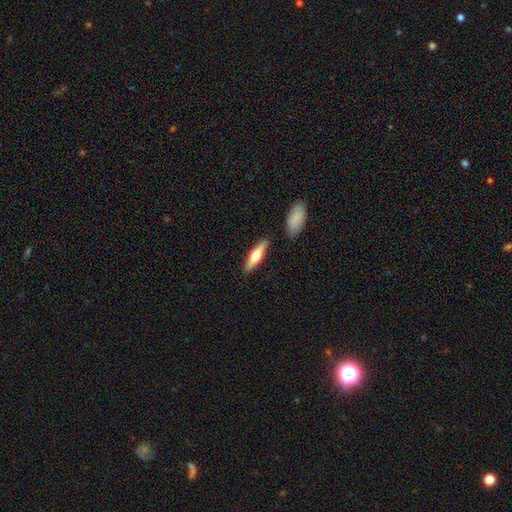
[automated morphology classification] smooth_or_featured: smooth (p=0.54) [alt: featured or disk p=0.41]
how_rounded: cigar-shaped (p=0.65) [alt: in between p=0.33]
merging: none (p=0.85) [alt: minor disturbance p=0.09]